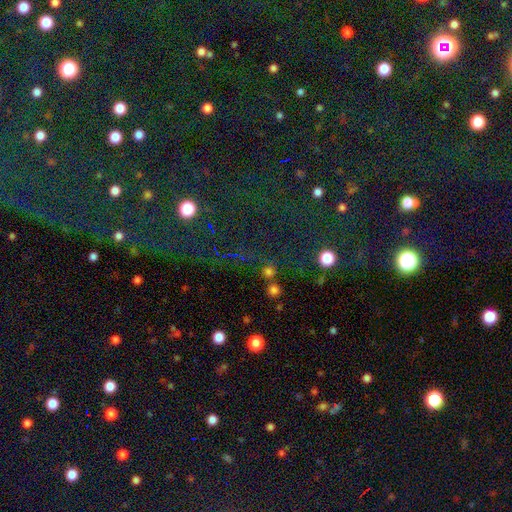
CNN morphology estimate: type=star or artifact (75%).